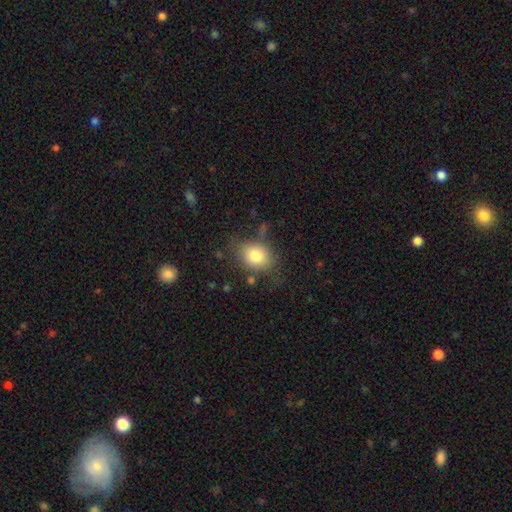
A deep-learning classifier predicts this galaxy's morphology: type=smooth (78%); roundness=in between (56%); merging=none (69%).